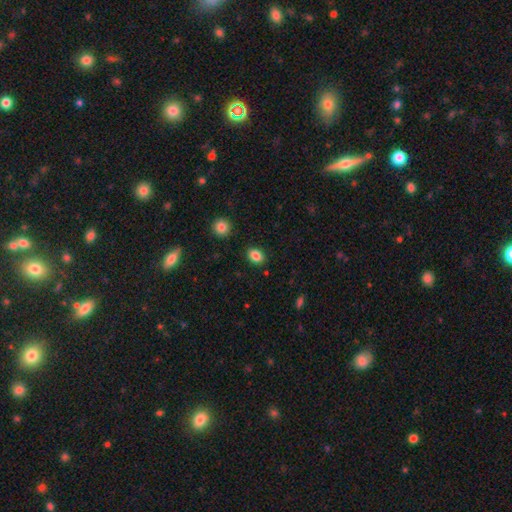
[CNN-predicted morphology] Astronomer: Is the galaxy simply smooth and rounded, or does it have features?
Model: smooth — 85%.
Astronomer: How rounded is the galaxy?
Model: in between — 70%.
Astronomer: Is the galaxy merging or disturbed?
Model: none — 88%.